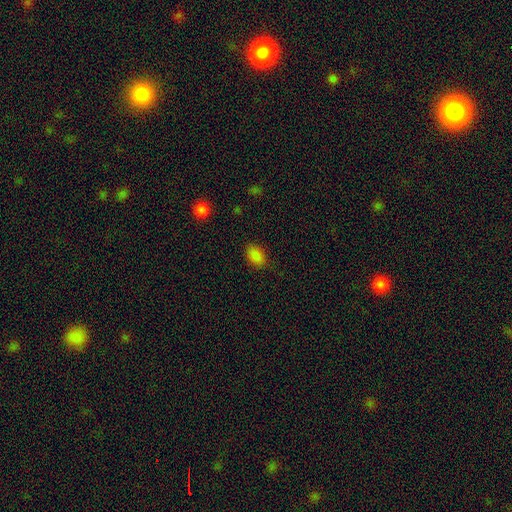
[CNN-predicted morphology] Overall: smooth (85%). How rounded: in between (85%). Merging: none (82%).